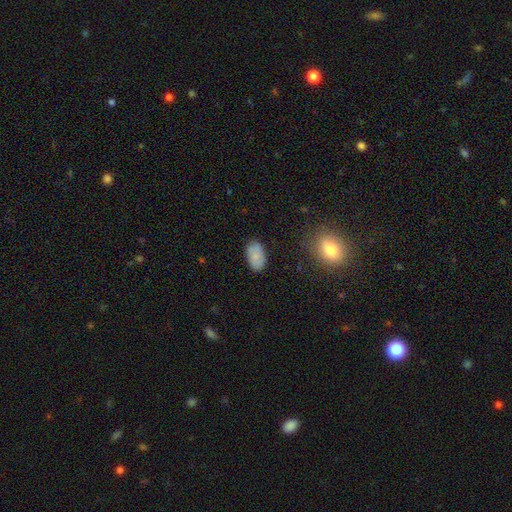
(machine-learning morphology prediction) A smooth galaxy with no disk features (79%) that is in between round and cigar-shaped (93%).

Vote fractions:
- Smooth or featured? smooth: 79% / featured or disk: 13% / star or artifact: 8%
- How rounded? in between: 93% / round: 6% / cigar-shaped: 2%
- Merging? none: 81% / minor disturbance: 14% / major disturbance: 3% / merger: 2%